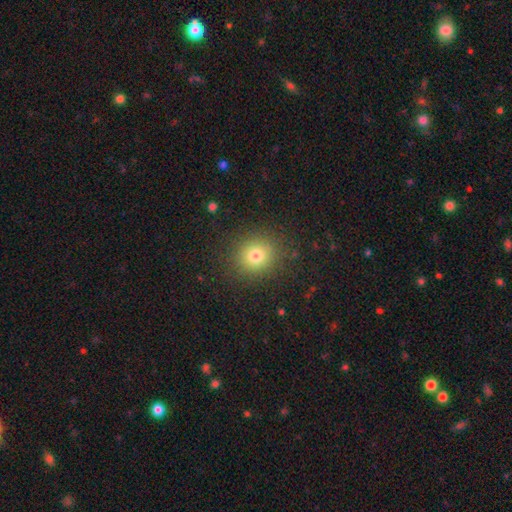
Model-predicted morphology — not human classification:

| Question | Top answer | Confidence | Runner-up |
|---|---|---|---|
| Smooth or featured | smooth | 76% | star or artifact (16%) |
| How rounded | round | 86% | in between (13%) |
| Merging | none | 88% | minor disturbance (7%) |